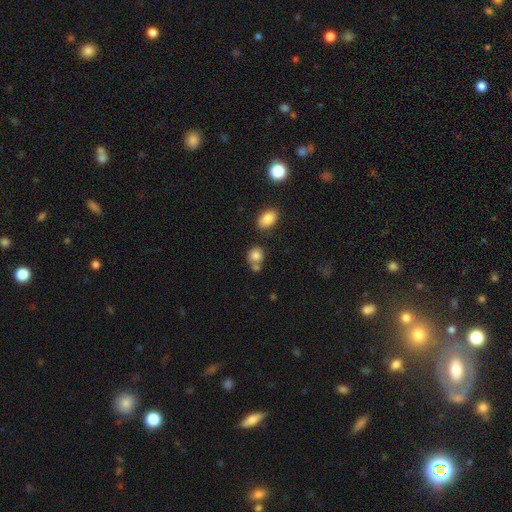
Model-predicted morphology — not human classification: smooth_or_featured: smooth (p=0.81) [alt: star or artifact p=0.10]
how_rounded: round (p=0.67) [alt: in between p=0.32]
merging: none (p=0.55) [alt: merger p=0.26]